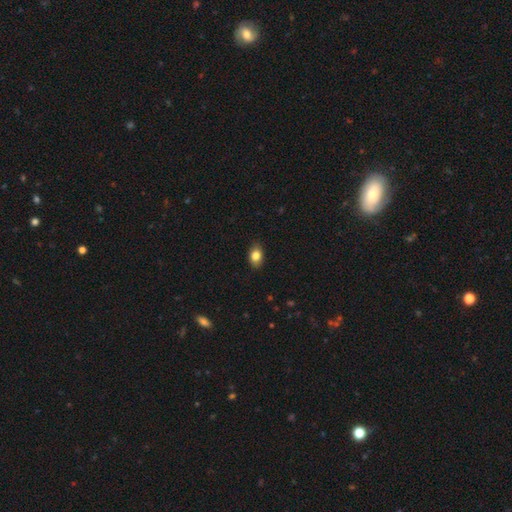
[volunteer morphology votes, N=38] A smooth galaxy with no disk features (82%) that is in between round and cigar-shaped (77%). Merging: none (83%).